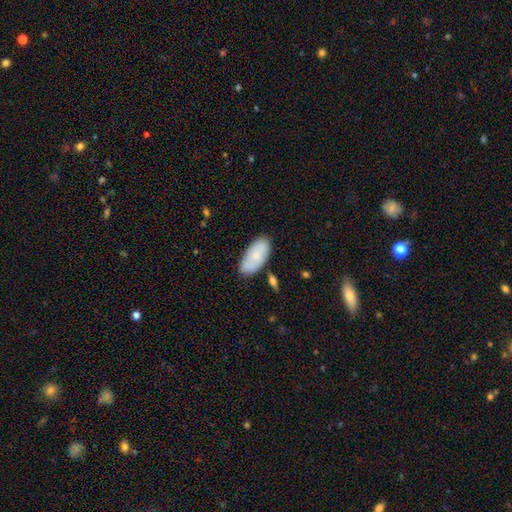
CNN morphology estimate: A smooth galaxy with no disk features (74%) that is in between round and cigar-shaped (93%). Merging: none (76%).